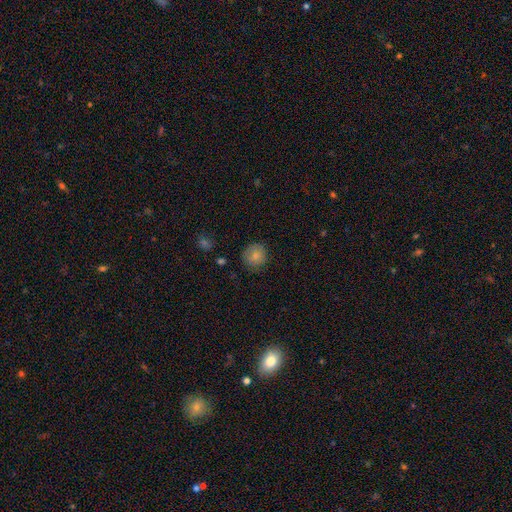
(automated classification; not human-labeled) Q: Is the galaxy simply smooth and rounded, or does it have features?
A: smooth — 83%.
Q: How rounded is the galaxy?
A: round — 90%.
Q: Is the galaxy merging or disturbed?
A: none — 83%.